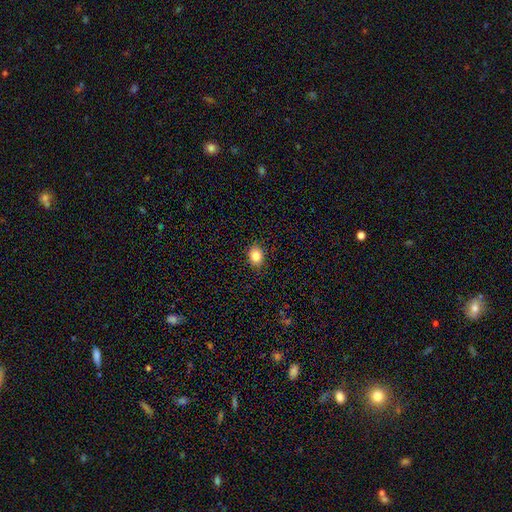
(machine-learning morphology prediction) Smooth or featured: smooth — 84% (star or artifact — 10%)
How rounded: in between — 52% (round — 47%)
Merging: none — 88% (minor disturbance — 9%)